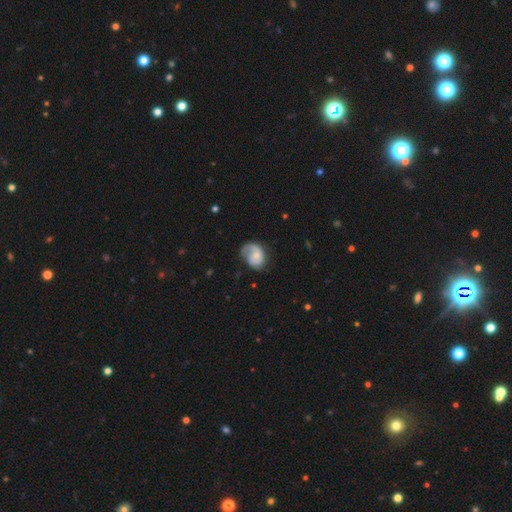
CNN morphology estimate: This appears to be a featured or disk galaxy (60%) with no bar (72%), 1 (47%) medium (39%) spiral arms (88%) and a small central bulge (60%). Merging: none (51%).